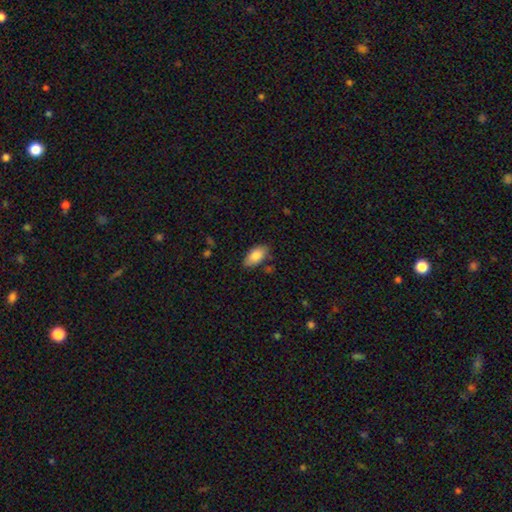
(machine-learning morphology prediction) Q: Smooth or featured?
A: smooth (84%); runner-up: featured or disk (10%)
Q: How rounded?
A: in between (93%); runner-up: cigar-shaped (4%)
Q: Merging?
A: none (79%); runner-up: minor disturbance (15%)